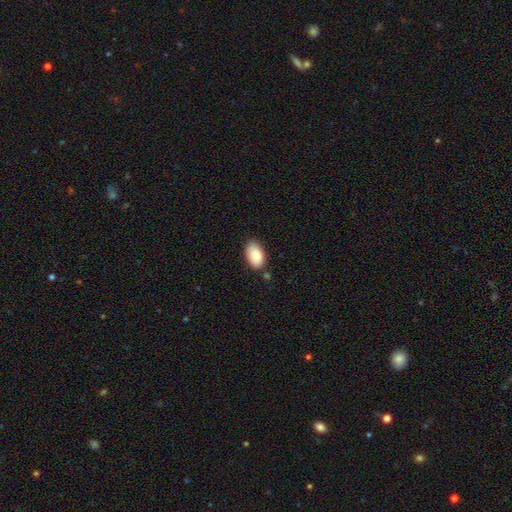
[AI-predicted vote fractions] smooth-or-featured: smooth: 86% | featured or disk: 7% | star or artifact: 7%
  how-rounded: in between: 94% | round: 5% | cigar-shaped: 1%
  merging: none: 76% | minor disturbance: 18% | merger: 3% | major disturbance: 3%